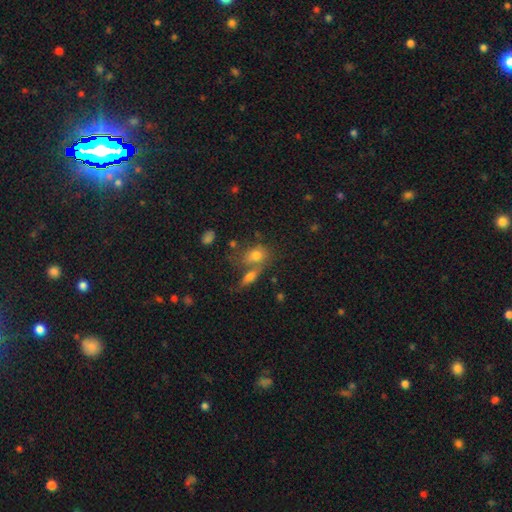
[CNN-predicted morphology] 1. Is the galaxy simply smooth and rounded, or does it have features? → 72% smooth, 17% featured or disk, 11% star or artifact.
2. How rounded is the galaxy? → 66% in between, 30% round, 4% cigar-shaped.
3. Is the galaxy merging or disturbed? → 45% merger, 37% none, 12% minor disturbance, 6% major disturbance.